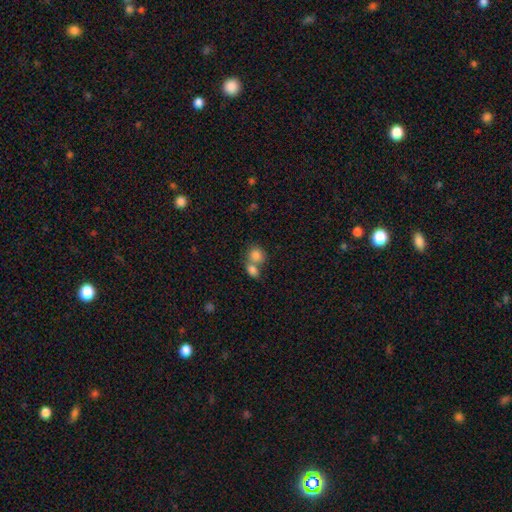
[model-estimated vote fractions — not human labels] Q: Smooth or featured?
A: smooth (83%); runner-up: star or artifact (9%)
Q: How rounded?
A: round (60%); runner-up: in between (39%)
Q: Merging?
A: merger (58%); runner-up: none (31%)